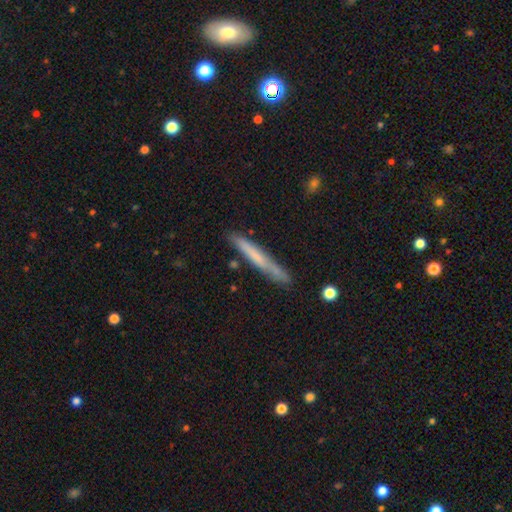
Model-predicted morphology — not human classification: Smooth or featured? Predicted: smooth (p=0.60). How rounded? Predicted: cigar-shaped (p=0.96). Merging? Predicted: none (p=0.83).